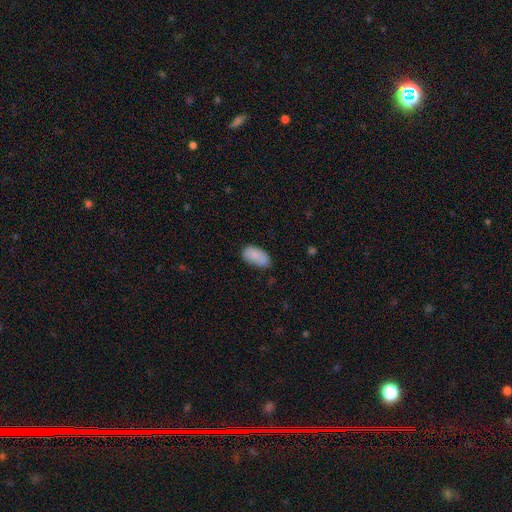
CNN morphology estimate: A smooth galaxy with no disk features (82%) that is in between round and cigar-shaped (94%).

Vote fractions:
- Smooth or featured? smooth: 82% / featured or disk: 11% / star or artifact: 7%
- How rounded? in between: 94% / round: 4% / cigar-shaped: 2%
- Merging? none: 70% / minor disturbance: 23% / major disturbance: 4% / merger: 3%